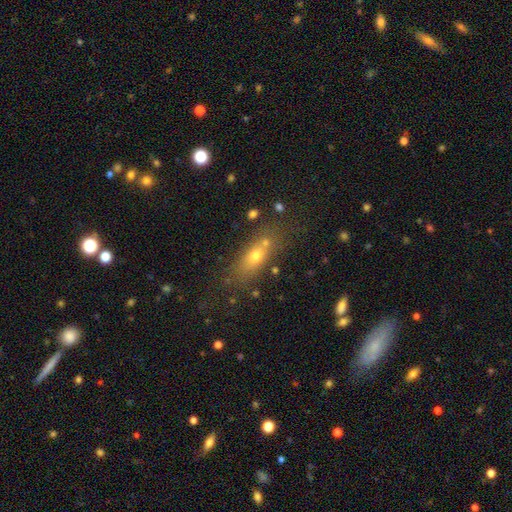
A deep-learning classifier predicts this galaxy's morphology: A smooth galaxy with no disk features (64%) that is in between round and cigar-shaped (58%).

Vote fractions:
- Smooth or featured? smooth: 64% / featured or disk: 21% / star or artifact: 15%
- How rounded? in between: 58% / cigar-shaped: 29% / round: 13%
- Merging? none: 62% / merger: 15% / minor disturbance: 15% / major disturbance: 7%